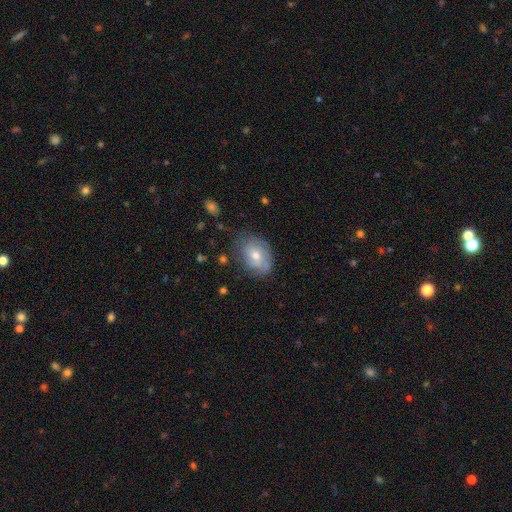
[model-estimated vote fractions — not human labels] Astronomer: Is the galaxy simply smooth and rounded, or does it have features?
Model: smooth — 59%.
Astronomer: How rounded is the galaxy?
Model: in between — 76%.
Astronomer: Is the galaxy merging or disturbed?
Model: none — 65%.